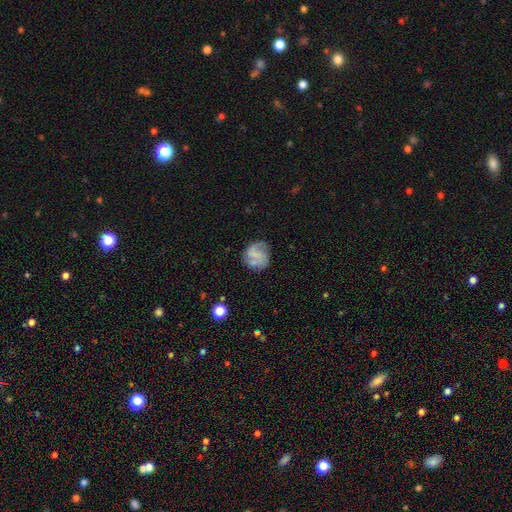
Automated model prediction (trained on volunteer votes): A featured or disk galaxy (50%). Merging: none (61%).